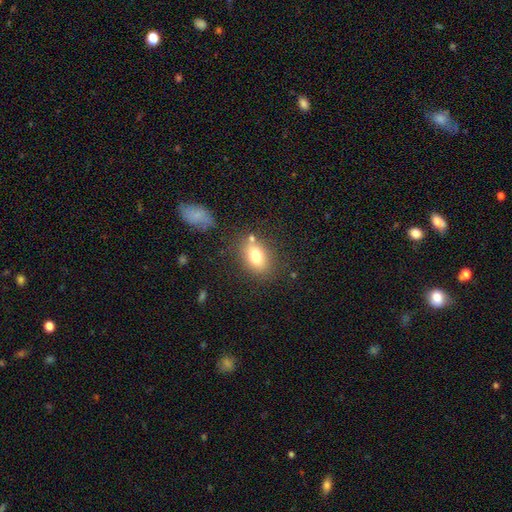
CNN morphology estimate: Q: Smooth or featured?
A: smooth (76%); runner-up: featured or disk (14%)
Q: How rounded?
A: in between (78%); runner-up: round (19%)
Q: Merging?
A: none (73%); runner-up: minor disturbance (14%)